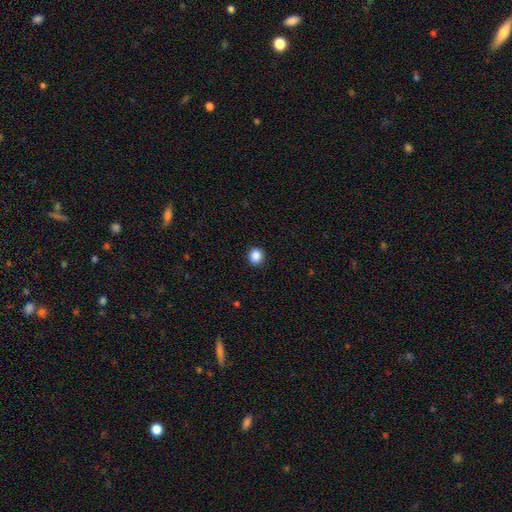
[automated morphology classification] A smooth galaxy with no disk features (88%) that is round (80%). Merging: none (91%).